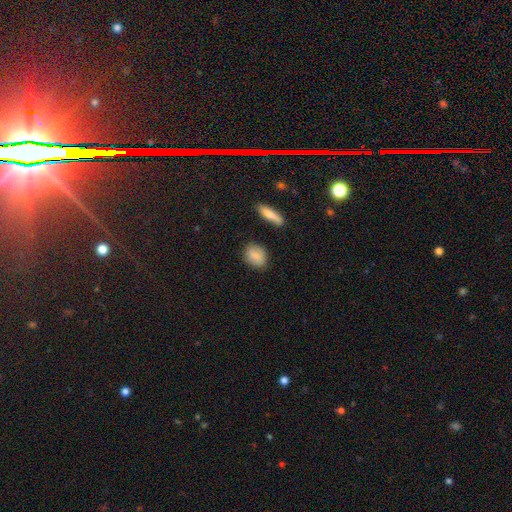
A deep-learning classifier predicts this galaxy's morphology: The model was most divided on "how rounded": in between: 58%, round: 38%, cigar-shaped: 3%. More confident: merging — none (83%); smooth or featured — smooth (82%).